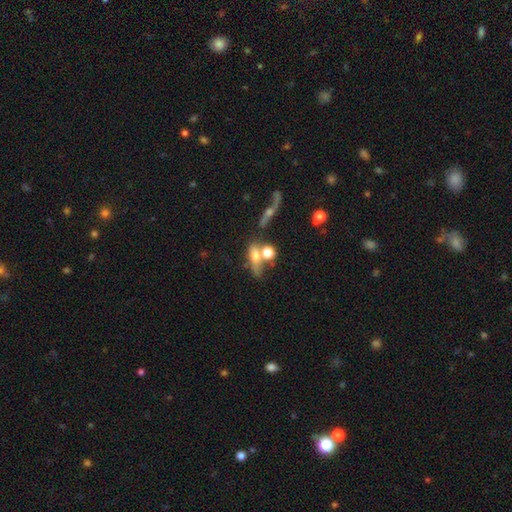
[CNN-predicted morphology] This is possibly a smooth galaxy (58%). How rounded: possibly in between (50%). Merging: marginally merger (41%).